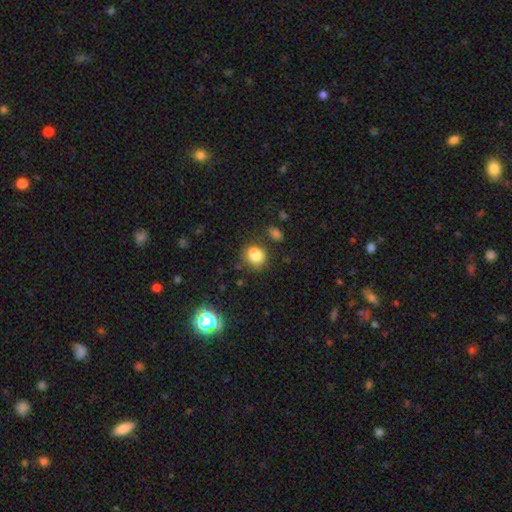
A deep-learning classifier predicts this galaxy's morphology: smooth 80%, star or artifact 12%, featured or disk 8%. Down the decision tree: how rounded — round (62%); merging — none (60%).